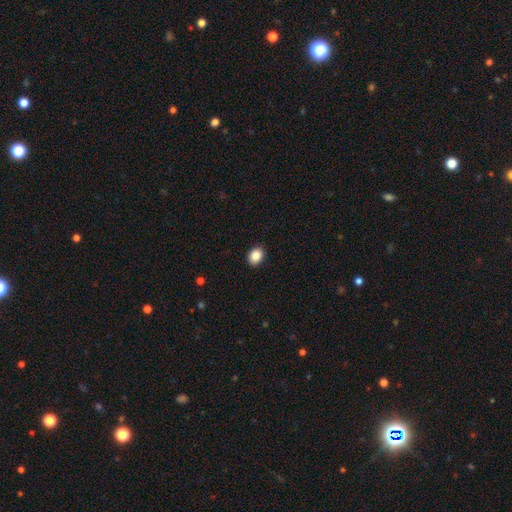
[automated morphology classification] Smooth or featured? smooth (87%)
How rounded? in between (56%)
Merging? none (90%)